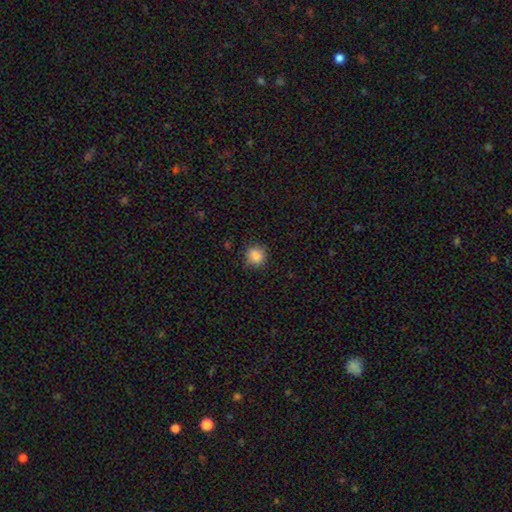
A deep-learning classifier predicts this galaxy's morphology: This is clearly a smooth galaxy (85%). How rounded: clearly round (85%). Merging: clearly none (82%).